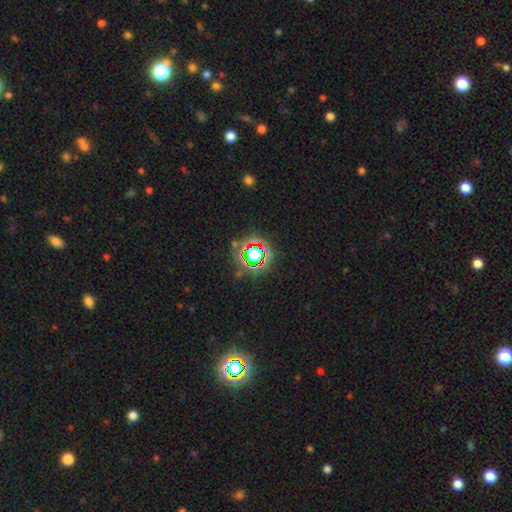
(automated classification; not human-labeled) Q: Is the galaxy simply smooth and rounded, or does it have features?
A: star or artifact — 64%.